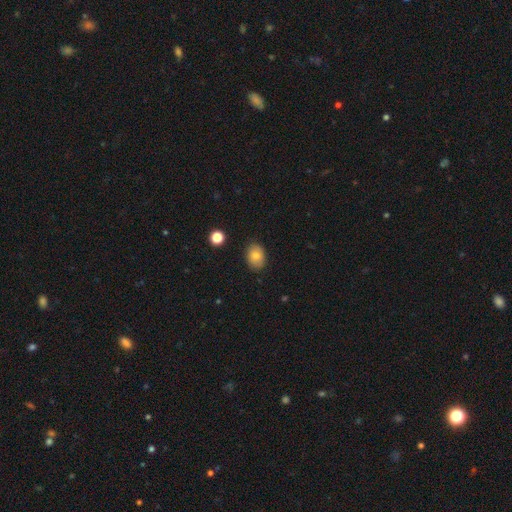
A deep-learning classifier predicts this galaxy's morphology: smooth_or_featured: smooth (p=0.80) [alt: featured or disk p=0.11]
how_rounded: in between (p=0.74) [alt: round p=0.25]
merging: none (p=0.84) [alt: minor disturbance p=0.12]